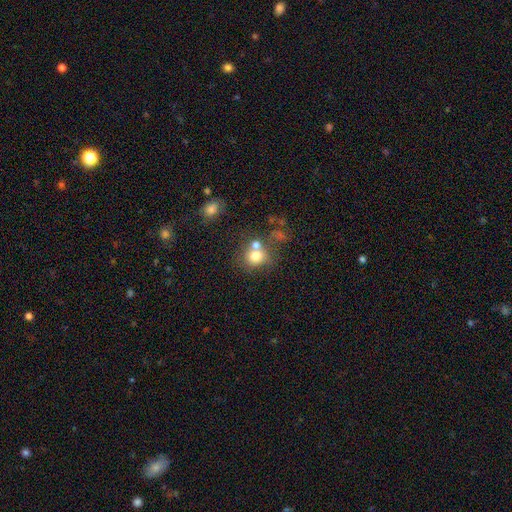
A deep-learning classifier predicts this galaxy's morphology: type=smooth (73%); roundness=round (71%); merging=none (41%, tied with merger).